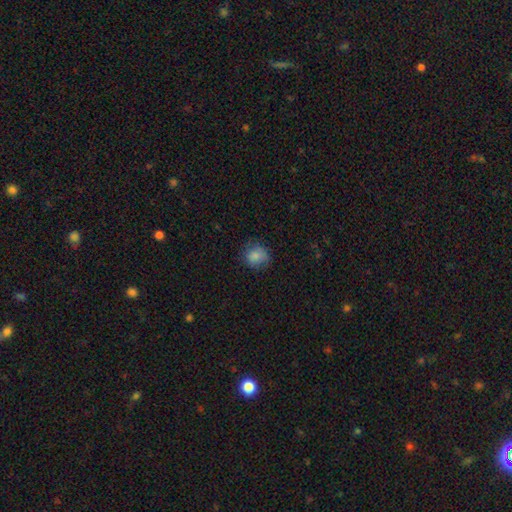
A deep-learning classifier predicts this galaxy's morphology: The model was most divided on "merging": none: 72%, minor disturbance: 20%, major disturbance: 7%, merger: 1%. More confident: smooth or featured — smooth (81%); how rounded — round (80%).